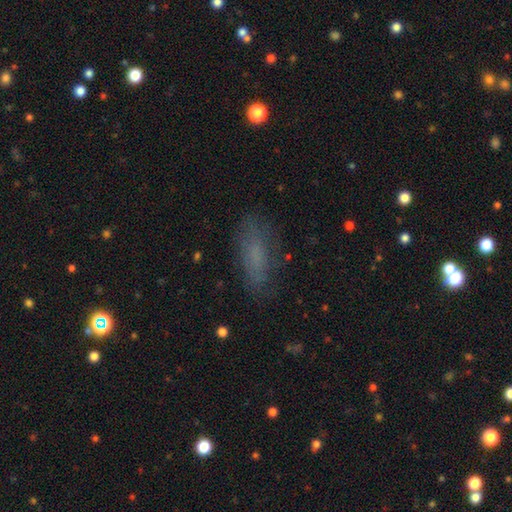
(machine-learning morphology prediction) Smooth or featured? smooth (65%)
How rounded? in between (60%)
Merging? none (76%)